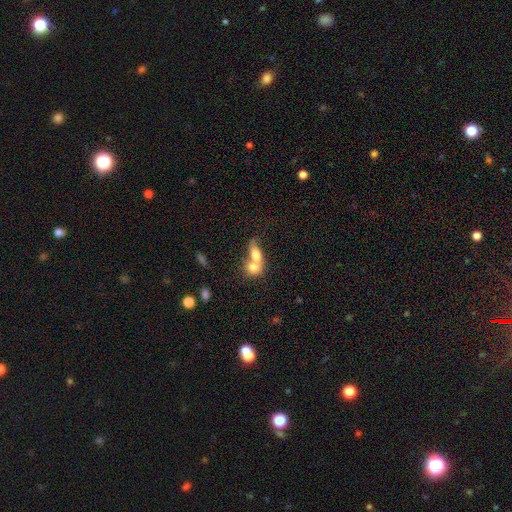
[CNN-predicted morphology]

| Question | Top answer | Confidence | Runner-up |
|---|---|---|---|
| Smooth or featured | smooth | 70% | featured or disk (23%) |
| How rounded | in between | 65% | round (28%) |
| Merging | merger | 80% | none (11%) |